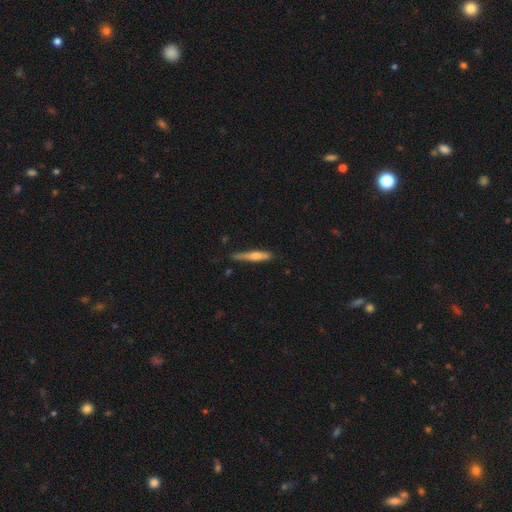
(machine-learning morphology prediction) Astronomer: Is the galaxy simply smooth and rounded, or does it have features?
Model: smooth — 53% (runner-up: featured or disk, 41%).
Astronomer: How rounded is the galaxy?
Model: cigar-shaped — 90%.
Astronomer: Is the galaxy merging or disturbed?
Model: none — 69%.